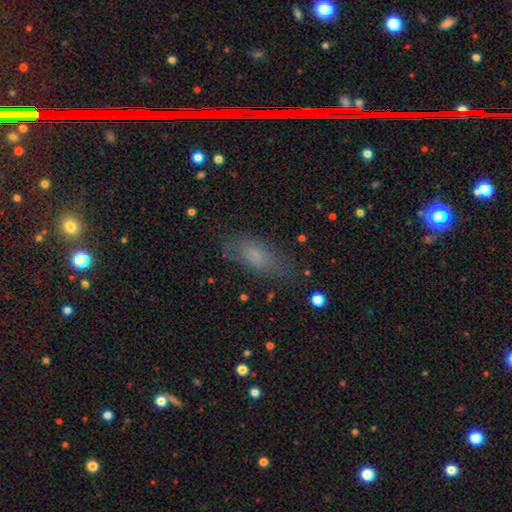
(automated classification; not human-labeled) smooth_or_featured: smooth (p=0.71) [alt: featured or disk p=0.18]
how_rounded: in between (p=0.76) [alt: cigar-shaped p=0.20]
merging: none (p=0.72) [alt: minor disturbance p=0.18]